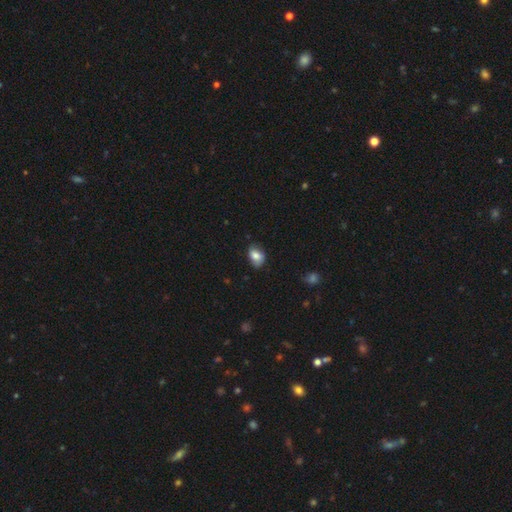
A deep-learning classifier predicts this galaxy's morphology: type=smooth (80%); roundness=in between (77%); merging=none (67%).